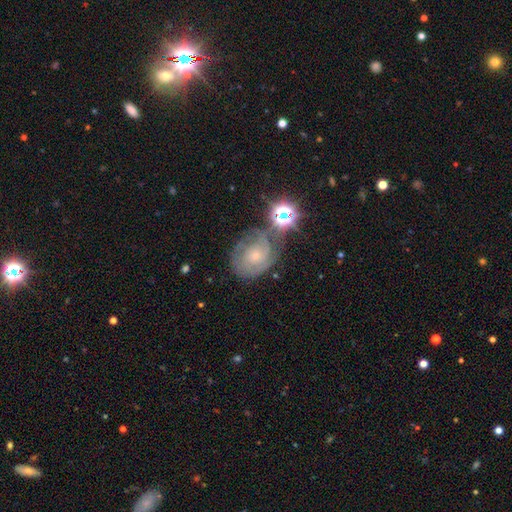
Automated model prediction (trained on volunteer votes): Smooth or featured? featured or disk (66%)
Edge-on disk? no (97%)
Bar? no (78%)
Spiral arms? yes (86%)
Spiral winding? tight (66%)
Spiral arm count? can't tell (46%)
Bulge size? small (69%)
Merging? none (56%)